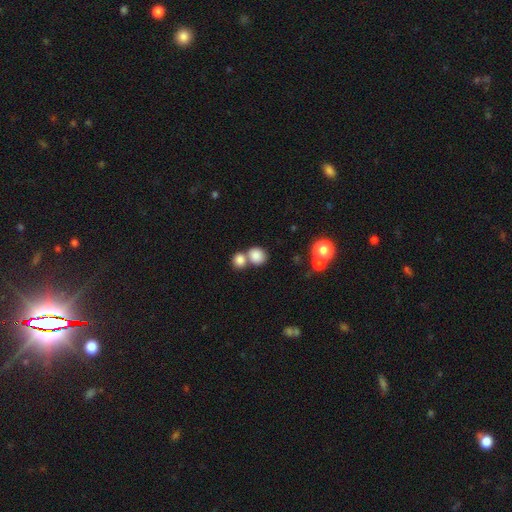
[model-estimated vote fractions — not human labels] Smooth or featured: smooth — 84% (star or artifact — 9%)
How rounded: round — 78% (in between — 21%)
Merging: none — 46% (merger — 43%)